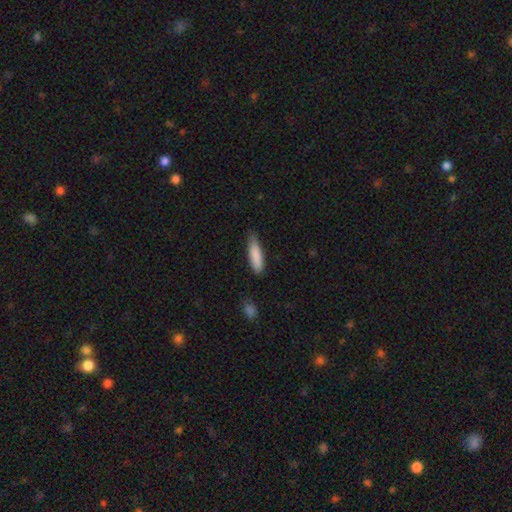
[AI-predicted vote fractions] Q: Smooth or featured?
A: smooth (86%); runner-up: featured or disk (8%)
Q: How rounded?
A: cigar-shaped (67%); runner-up: in between (31%)
Q: Merging?
A: none (74%); runner-up: minor disturbance (21%)